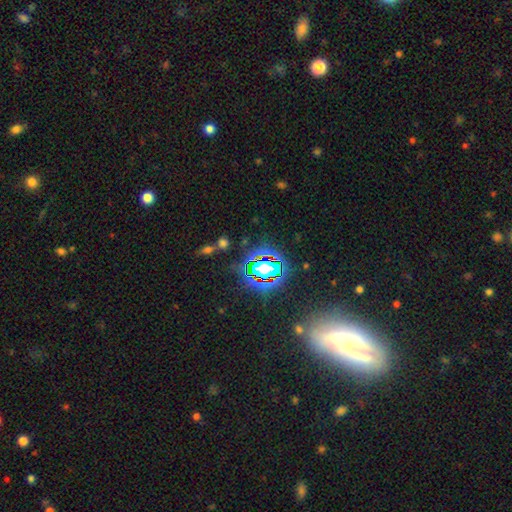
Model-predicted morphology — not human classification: Smooth or featured? star or artifact (70%)